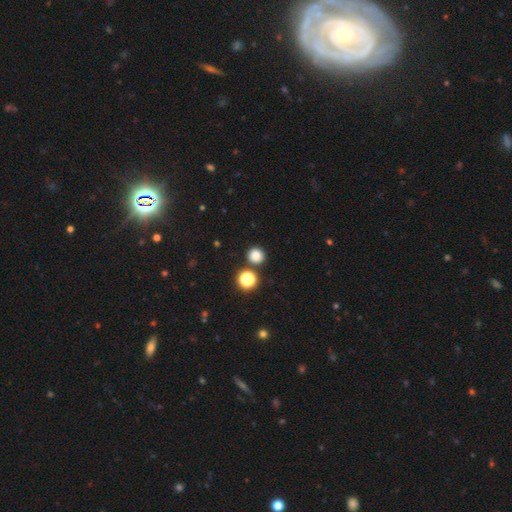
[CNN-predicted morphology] Q: Smooth or featured?
A: smooth (81%); runner-up: star or artifact (15%)
Q: How rounded?
A: round (93%); runner-up: in between (6%)
Q: Merging?
A: none (83%); runner-up: merger (8%)